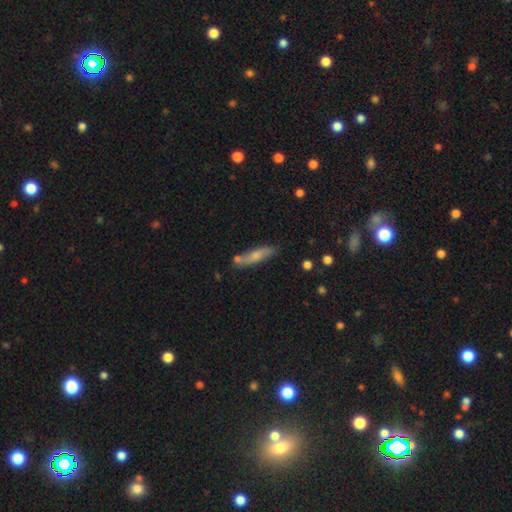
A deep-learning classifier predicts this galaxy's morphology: Smooth or featured? smooth (66%)
How rounded? cigar-shaped (78%)
Merging? none (73%)